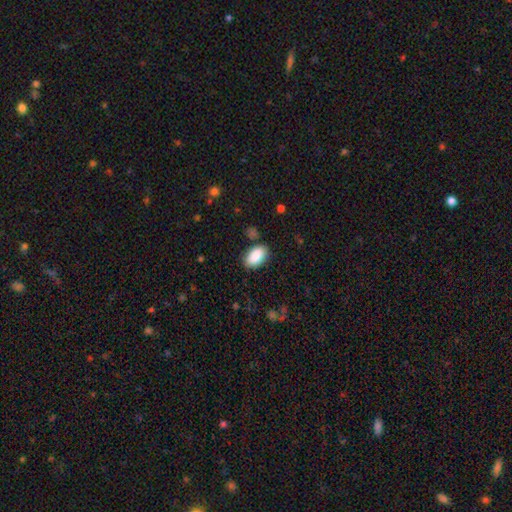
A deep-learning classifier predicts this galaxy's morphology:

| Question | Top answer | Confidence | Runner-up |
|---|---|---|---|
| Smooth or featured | smooth | 88% | star or artifact (6%) |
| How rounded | in between | 94% | round (5%) |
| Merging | none | 81% | minor disturbance (13%) |